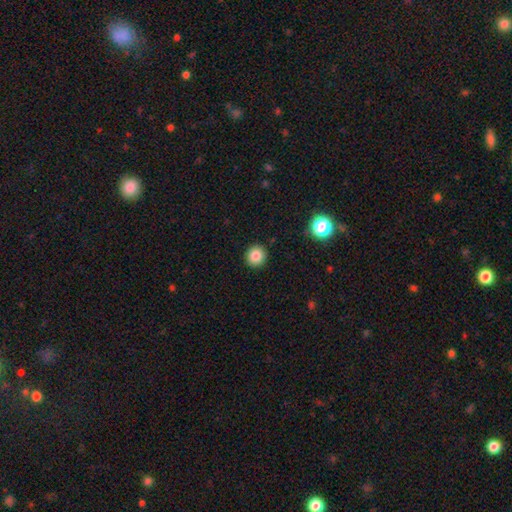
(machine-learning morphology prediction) Q: Smooth or featured?
A: smooth (84%); runner-up: star or artifact (11%)
Q: How rounded?
A: round (93%); runner-up: in between (6%)
Q: Merging?
A: none (92%); runner-up: minor disturbance (5%)